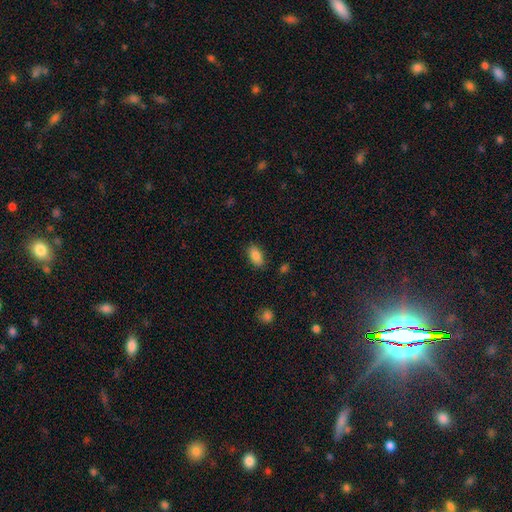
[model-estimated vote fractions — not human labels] Smooth or featured: smooth — 87% (star or artifact — 8%)
How rounded: in between — 91% (cigar-shaped — 5%)
Merging: none — 85% (minor disturbance — 11%)